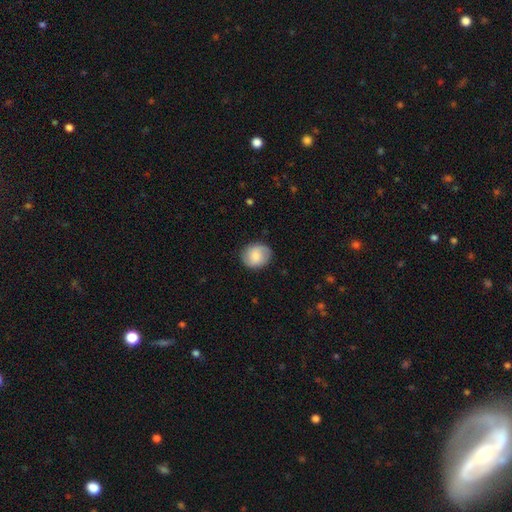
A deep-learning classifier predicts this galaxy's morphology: smooth 68%, featured or disk 24%, star or artifact 7%. Down the decision tree: how rounded — round (70%); merging — none (84%).